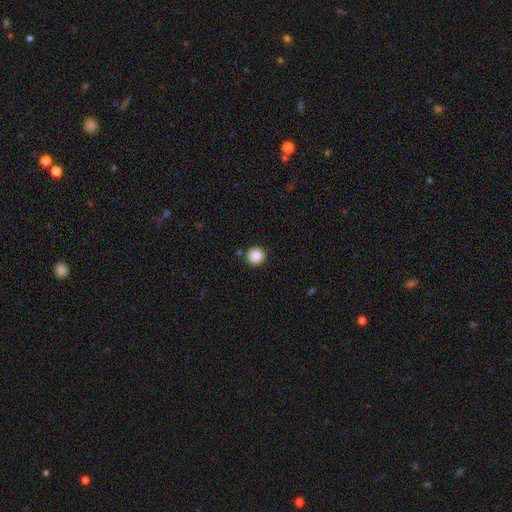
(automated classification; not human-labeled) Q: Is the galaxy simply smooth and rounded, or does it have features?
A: smooth — 88%.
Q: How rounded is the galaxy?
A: round — 94%.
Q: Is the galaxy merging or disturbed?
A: none — 90%.